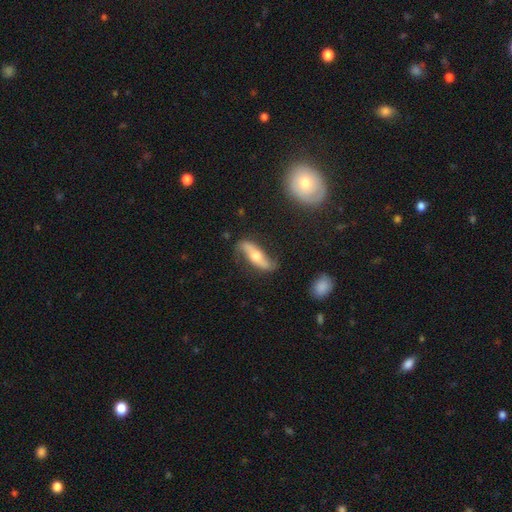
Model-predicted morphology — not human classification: Overall: featured or disk (65%; smooth 29%). Edge-on disk: no (67%; yes 33%). Merging: none (73%).